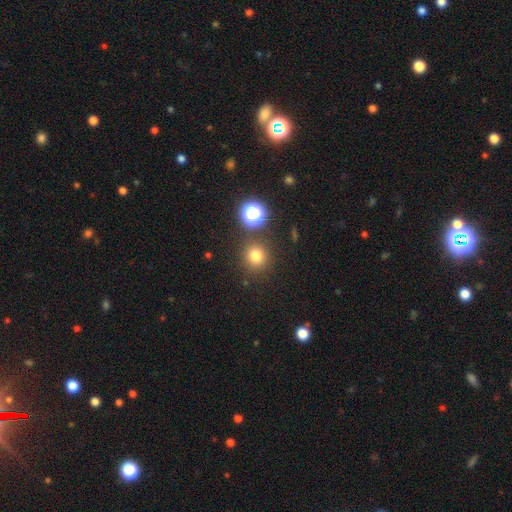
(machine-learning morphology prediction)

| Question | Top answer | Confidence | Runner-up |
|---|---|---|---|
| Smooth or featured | smooth | 75% | star or artifact (18%) |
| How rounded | round | 91% | in between (8%) |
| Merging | none | 85% | minor disturbance (7%) |